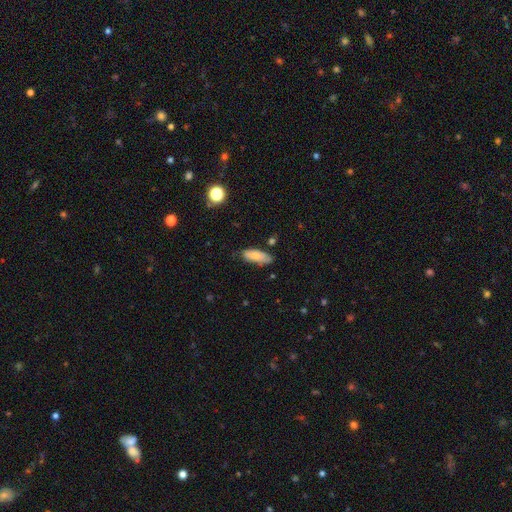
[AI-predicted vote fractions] Smooth or featured? smooth (78%)
How rounded? in between (71%)
Merging? none (70%)